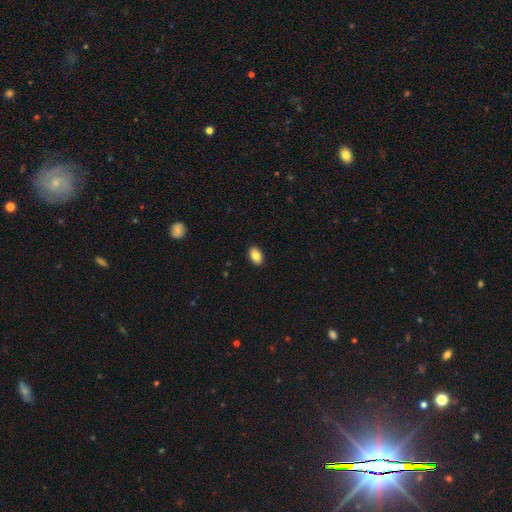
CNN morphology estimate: smooth 85%, star or artifact 8%, featured or disk 8%. Down the decision tree: how rounded — in between (88%); merging — none (90%).